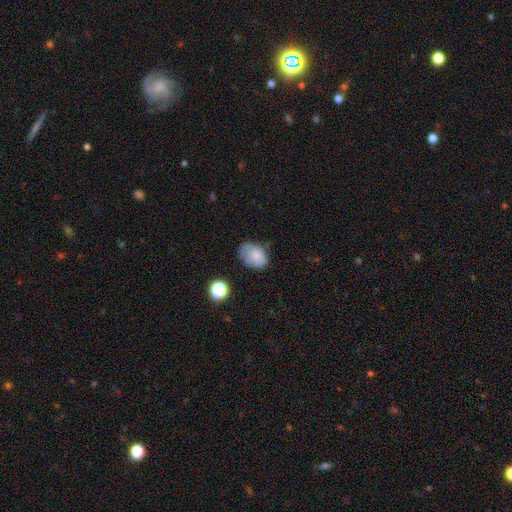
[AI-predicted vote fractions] This is likely a smooth galaxy (78%). How rounded: likely in between (79%). Merging: possibly none (59%).